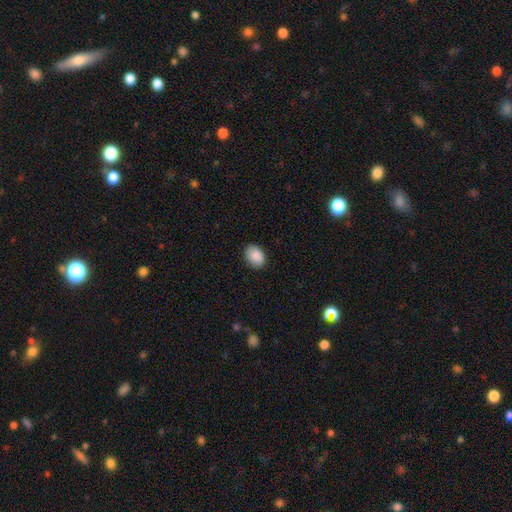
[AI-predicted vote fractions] Morphology: type=smooth (90%); roundness=in between (74%); merging=none (88%).